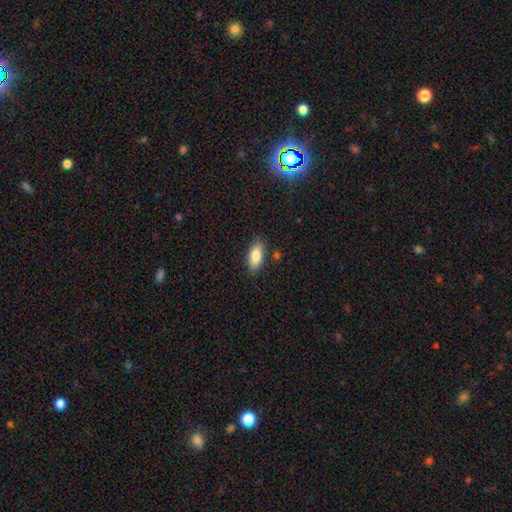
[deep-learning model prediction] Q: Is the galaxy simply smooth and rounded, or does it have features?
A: smooth — 84%.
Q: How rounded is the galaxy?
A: in between — 86%.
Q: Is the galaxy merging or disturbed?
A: none — 84%.